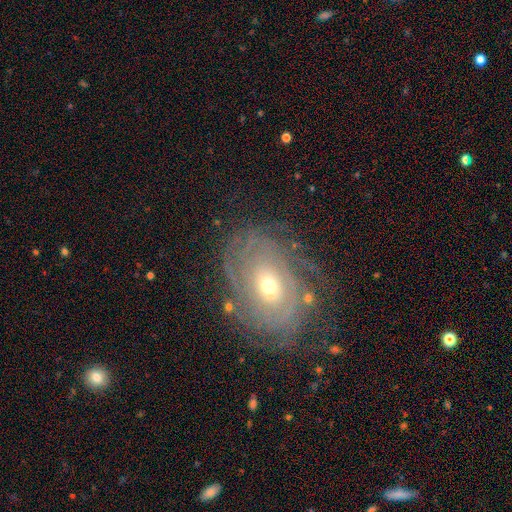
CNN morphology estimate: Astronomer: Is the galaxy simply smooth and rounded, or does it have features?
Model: featured or disk — 78%.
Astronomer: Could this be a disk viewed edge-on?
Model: no — 95%.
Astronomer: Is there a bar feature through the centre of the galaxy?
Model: no — 63%.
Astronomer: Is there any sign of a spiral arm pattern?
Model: yes — 89%.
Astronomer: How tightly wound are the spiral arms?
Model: tight — 76%.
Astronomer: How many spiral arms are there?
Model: can't tell — 47%.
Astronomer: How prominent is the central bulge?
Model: moderate — 51% (runner-up: small, 45%).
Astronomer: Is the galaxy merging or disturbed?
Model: none — 76%.